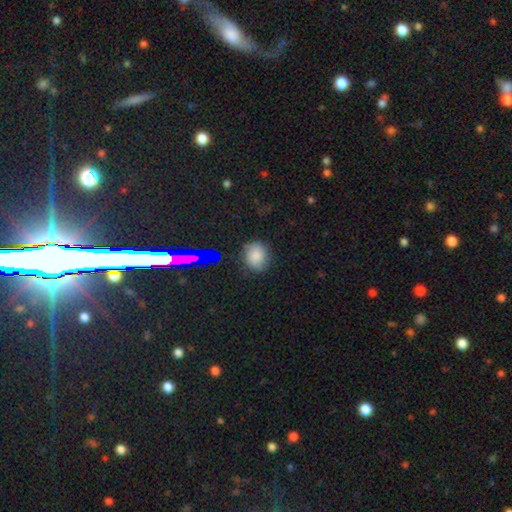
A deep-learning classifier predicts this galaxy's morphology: Smooth or featured: smooth — 75% (star or artifact — 15%)
How rounded: round — 69% (in between — 30%)
Merging: none — 76% (minor disturbance — 18%)